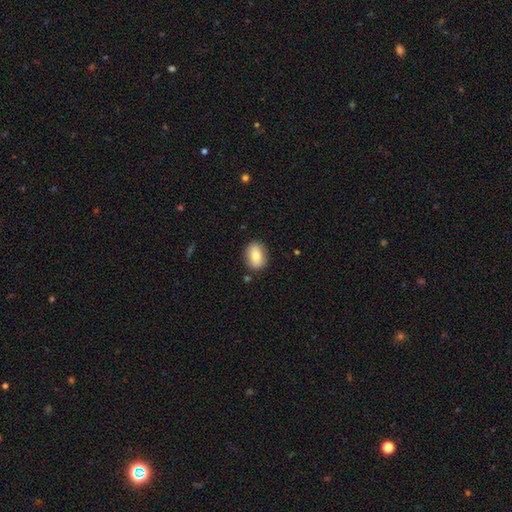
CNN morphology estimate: smooth 78%, featured or disk 14%, star or artifact 8%. Down the decision tree: how rounded — in between (76%); merging — none (86%).